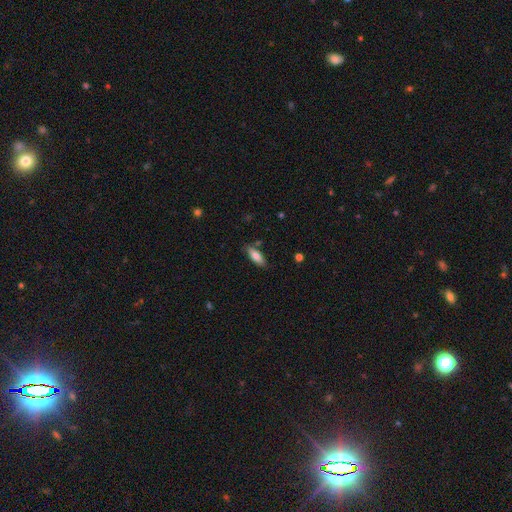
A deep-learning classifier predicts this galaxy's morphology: This is likely a smooth galaxy (78%). How rounded: likely in between (63%). Merging: clearly none (81%).